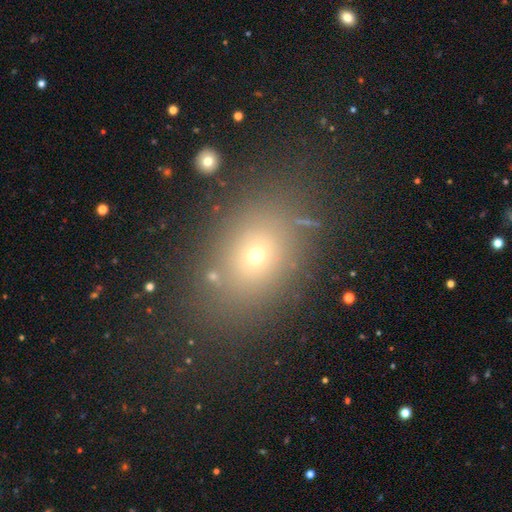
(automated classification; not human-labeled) Smooth or featured? smooth (62%)
How rounded? in between (58%)
Merging? none (81%)